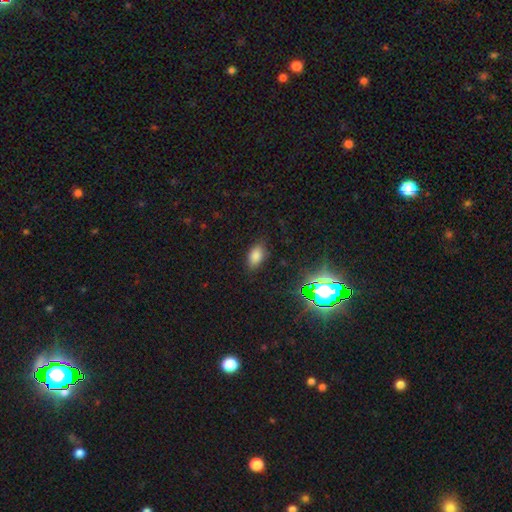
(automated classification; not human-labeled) The model was most divided on "smooth or featured": smooth: 76%, star or artifact: 18%, featured or disk: 6%. More confident: how rounded — in between (90%); merging — none (81%).